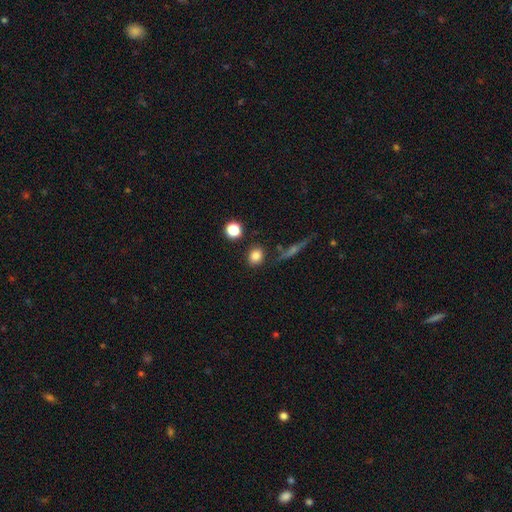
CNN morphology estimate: A smooth galaxy with no disk features (83%) that is round (61%). Merging: none (83%).